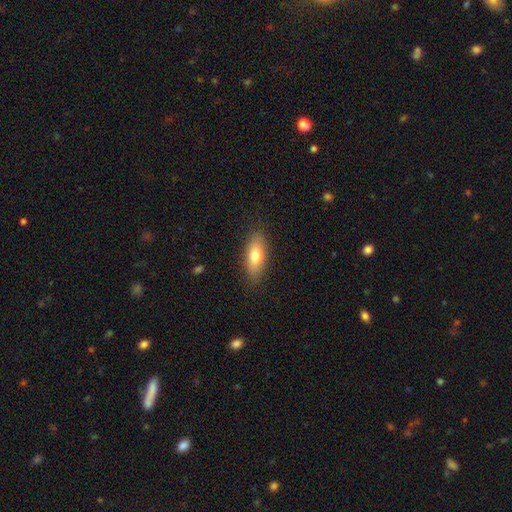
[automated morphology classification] Overall: smooth (74%). How rounded: in between (75%). Merging: none (84%).